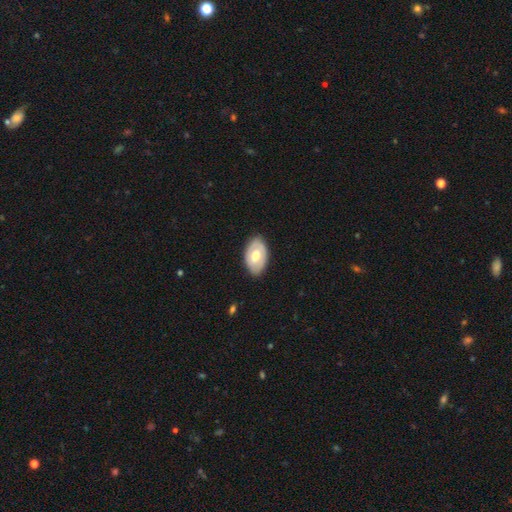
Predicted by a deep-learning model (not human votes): Morphology: type=smooth (51%); roundness=in between (90%); merging=none (80%).